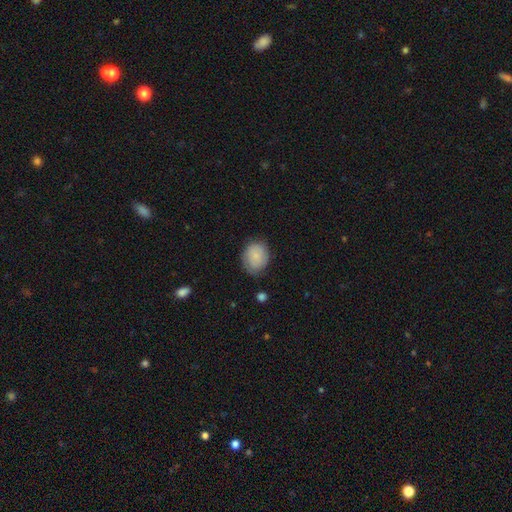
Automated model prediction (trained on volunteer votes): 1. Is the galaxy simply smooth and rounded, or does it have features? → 76% smooth, 17% featured or disk, 7% star or artifact.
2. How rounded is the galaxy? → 56% round, 43% in between, 1% cigar-shaped.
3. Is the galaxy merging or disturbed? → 70% none, 23% minor disturbance, 6% major disturbance, 2% merger.